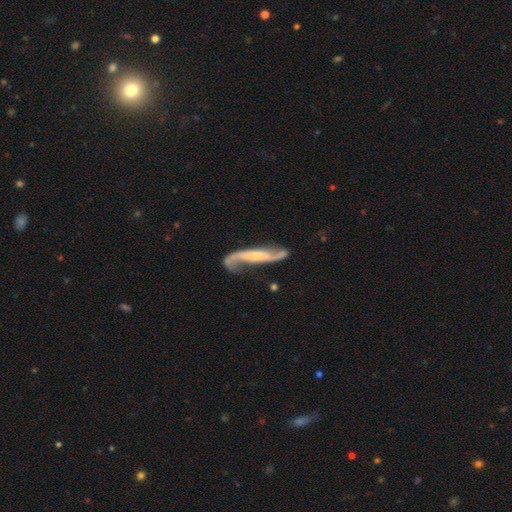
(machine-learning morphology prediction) type=featured or disk (84%); edge-on=no (81%); bar=no (48%); spiral arms=yes (95%); winding=loose (69%); arm count=2 (90%); bulge=small (63%); merging=none (62%).